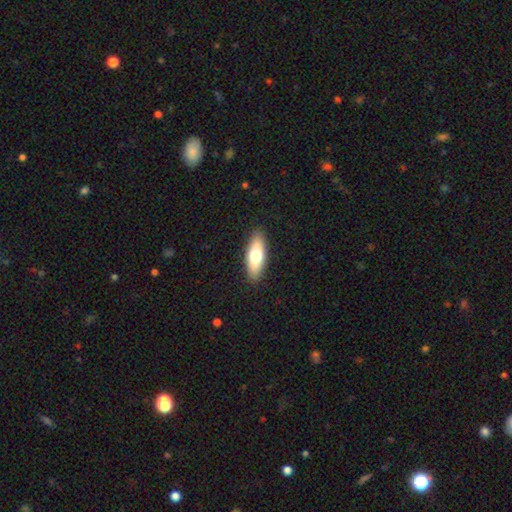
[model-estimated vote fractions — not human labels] smooth-or-featured: smooth: 68% | featured or disk: 26% | star or artifact: 6%
  how-rounded: in between: 69% | cigar-shaped: 28% | round: 3%
  merging: none: 89% | minor disturbance: 8% | major disturbance: 2% | merger: 1%